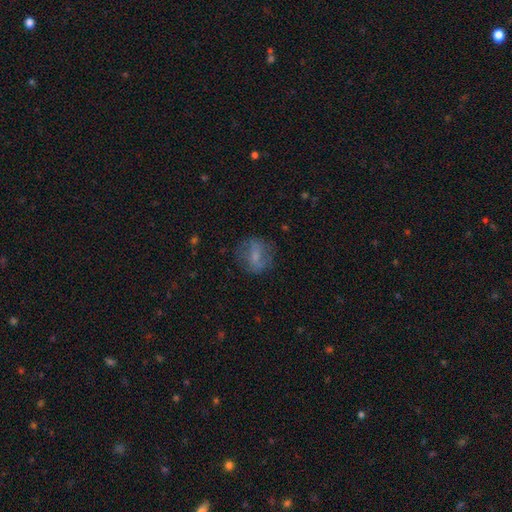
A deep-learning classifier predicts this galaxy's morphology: Smooth or featured: smooth — 55% (featured or disk — 35%)
How rounded: round — 58% (in between — 38%)
Merging: none — 71% (minor disturbance — 17%)